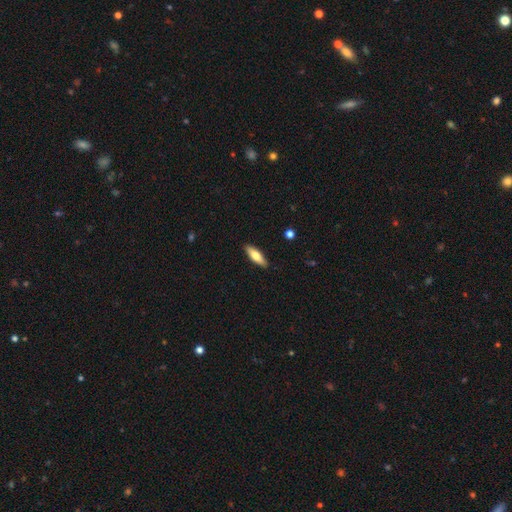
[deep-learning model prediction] Smooth or featured: smooth — 64% (featured or disk — 30%)
How rounded: cigar-shaped — 52% (in between — 46%)
Merging: none — 90% (minor disturbance — 7%)